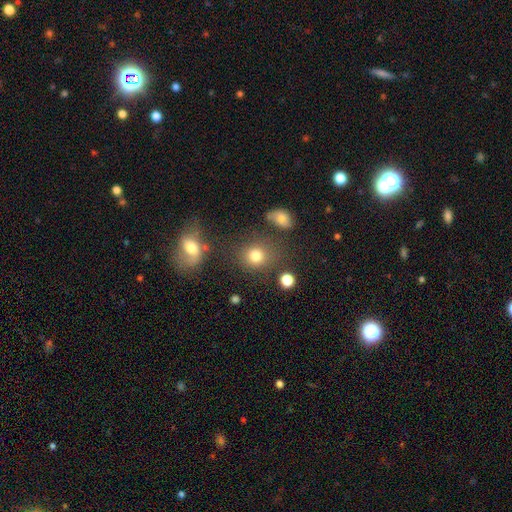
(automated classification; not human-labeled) A smooth galaxy with no disk features (78%) that is round (74%). Merging: none (69%).